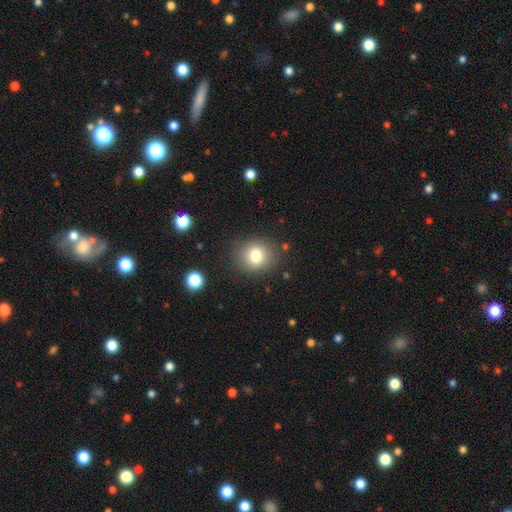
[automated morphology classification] smooth-or-featured: smooth: 79% | star or artifact: 12% | featured or disk: 9%
  how-rounded: round: 77% | in between: 22% | cigar-shaped: 1%
  merging: none: 85% | minor disturbance: 10% | major disturbance: 4% | merger: 2%